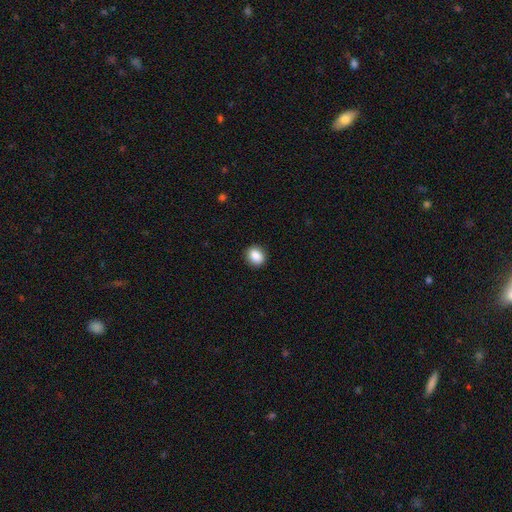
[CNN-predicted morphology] smooth-or-featured: smooth: 87% | star or artifact: 8% | featured or disk: 4%
  how-rounded: round: 61% | in between: 38% | cigar-shaped: 1%
  merging: none: 90% | minor disturbance: 8% | major disturbance: 2% | merger: 1%